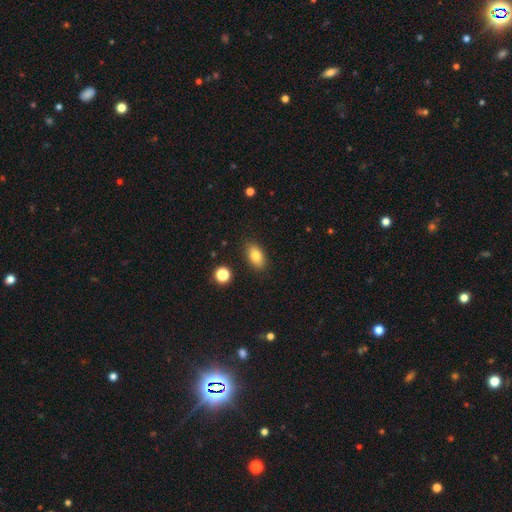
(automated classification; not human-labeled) This appears to be a smooth galaxy with no disk features (80%) that is in between round and cigar-shaped (88%). Merging: none (87%).